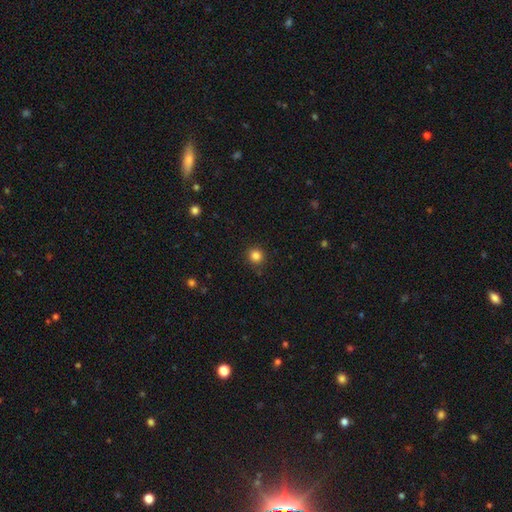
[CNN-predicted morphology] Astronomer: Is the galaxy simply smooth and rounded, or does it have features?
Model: smooth — 84%.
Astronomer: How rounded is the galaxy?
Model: round — 93%.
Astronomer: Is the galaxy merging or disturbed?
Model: none — 88%.